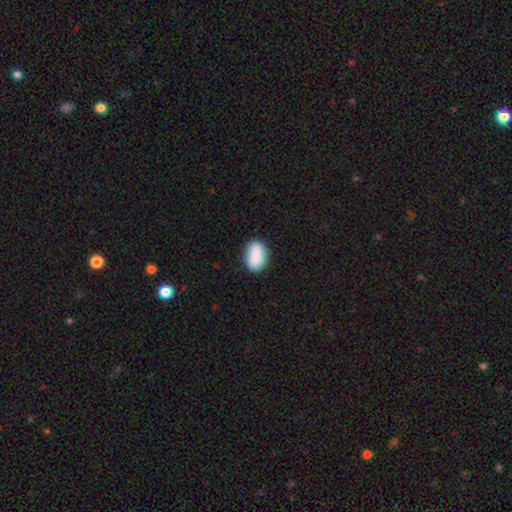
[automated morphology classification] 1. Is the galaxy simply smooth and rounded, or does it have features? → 86% smooth, 7% star or artifact, 7% featured or disk.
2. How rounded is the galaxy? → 83% in between, 15% round, 2% cigar-shaped.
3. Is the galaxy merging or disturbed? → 82% none, 14% minor disturbance, 3% major disturbance, 2% merger.